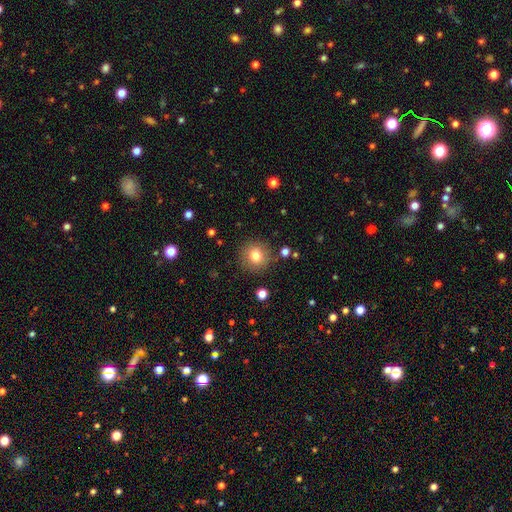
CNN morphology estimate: smooth_or_featured: smooth (p=0.79) [alt: star or artifact p=0.11]
how_rounded: round (p=0.92) [alt: in between p=0.07]
merging: none (p=0.87) [alt: minor disturbance p=0.08]